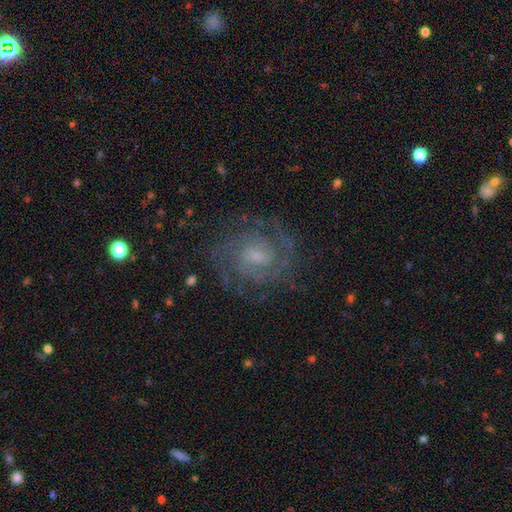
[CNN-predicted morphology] smooth_or_featured: featured or disk (p=0.84) [alt: smooth p=0.08]
disk_edge_on: no (p=0.98) [alt: yes p=0.02]
bar: weak (p=0.46) [alt: no p=0.44]
has_spiral_arms: yes (p=0.96) [alt: no p=0.04]
spiral_winding: tight (p=0.61) [alt: medium p=0.33]
spiral_arm_count: 2 (p=0.44) [alt: can't tell p=0.22]
bulge_size: small (p=0.46) [alt: moderate p=0.34]
merging: none (p=0.78) [alt: minor disturbance p=0.14]